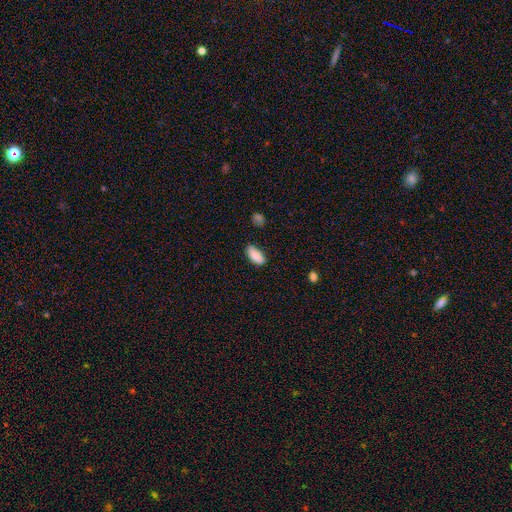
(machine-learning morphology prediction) A smooth galaxy with no disk features (88%) that is in between round and cigar-shaped (90%).

Vote fractions:
- Smooth or featured? smooth: 88% / star or artifact: 7% / featured or disk: 6%
- How rounded? in between: 90% / cigar-shaped: 8% / round: 2%
- Merging? none: 75% / minor disturbance: 20% / major disturbance: 3% / merger: 2%